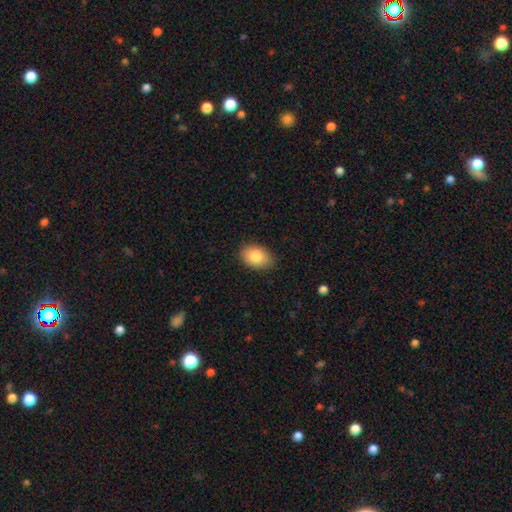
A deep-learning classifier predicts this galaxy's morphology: Smooth or featured: smooth — 82% (featured or disk — 10%)
How rounded: in between — 85% (round — 14%)
Merging: none — 84% (minor disturbance — 13%)